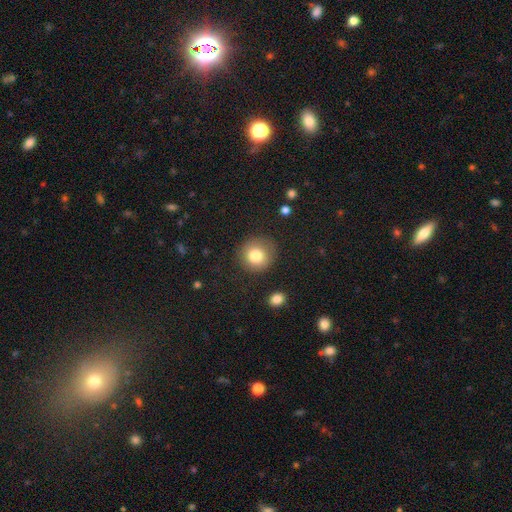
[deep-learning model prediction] The model was most divided on "smooth or featured": smooth: 80%, featured or disk: 10%, star or artifact: 10%. More confident: how rounded — round (92%); merging — none (85%).